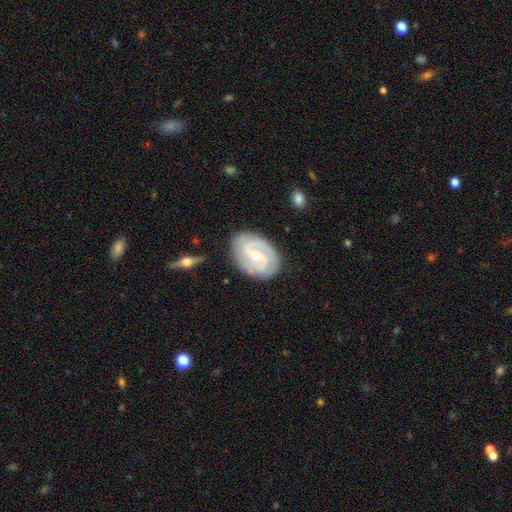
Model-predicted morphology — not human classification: A featured or disk galaxy (81%) with a weak bar (52%), 2 (56%) tight (58%) spiral arms (92%) and a small central bulge (49%). Merging: none (80%).